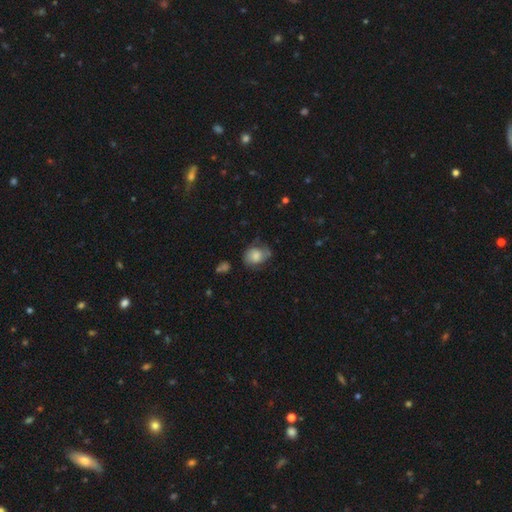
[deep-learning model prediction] Smooth or featured: smooth — 63% (featured or disk — 28%)
How rounded: in between — 51% (round — 48%)
Merging: none — 50% (minor disturbance — 31%)